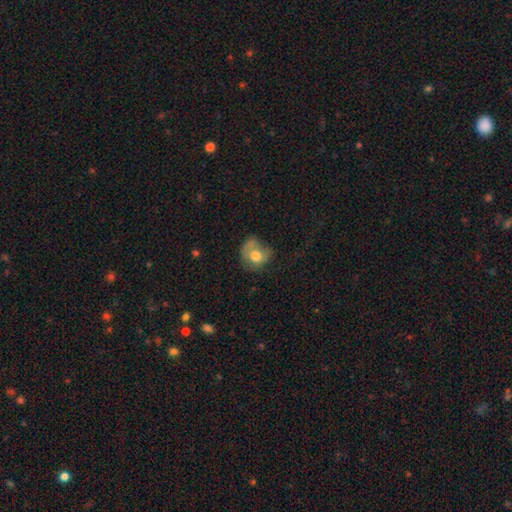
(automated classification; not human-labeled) Smooth or featured?
  - smooth: 64% *
  - featured or disk: 27%
  - star or artifact: 9%
How rounded?
  - round: 65% *
  - in between: 34%
  - cigar-shaped: 1%
Merging?
  - none: 34% *
  - major disturbance: 31%
  - minor disturbance: 30%
  - merger: 5%